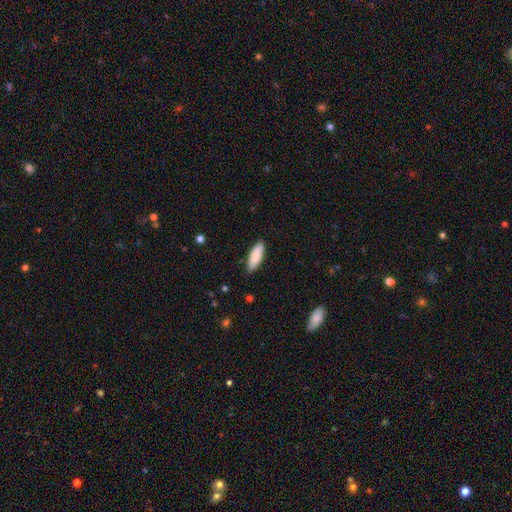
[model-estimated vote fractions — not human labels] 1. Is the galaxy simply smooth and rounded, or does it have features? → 85% smooth, 9% featured or disk, 6% star or artifact.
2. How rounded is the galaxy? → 57% in between, 41% cigar-shaped, 2% round.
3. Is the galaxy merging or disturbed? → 88% none, 10% minor disturbance, 2% major disturbance, 1% merger.